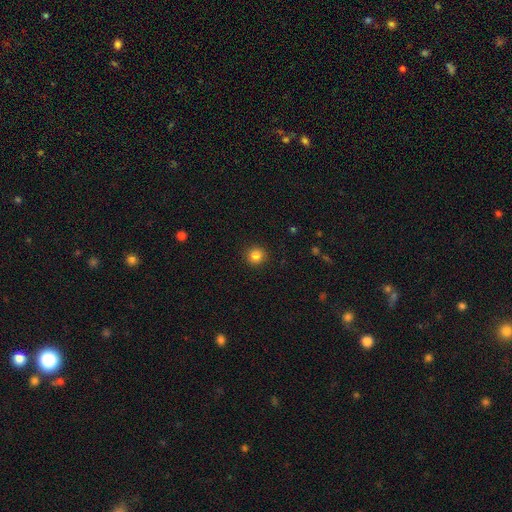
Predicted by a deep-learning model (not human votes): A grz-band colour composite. It shows a smooth galaxy with no disk features (84%) that is round (94%). Merging: none (92%).